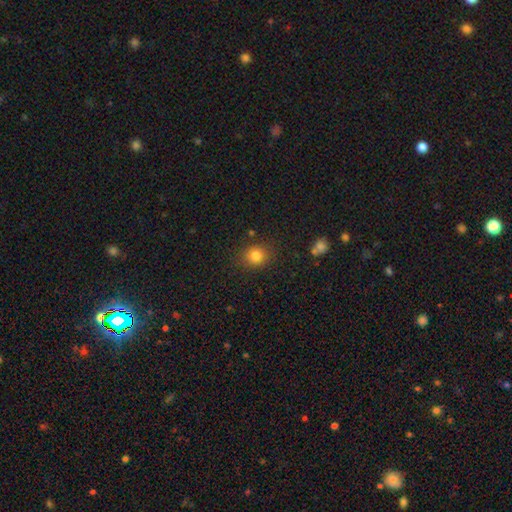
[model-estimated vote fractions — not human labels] Q: Smooth or featured?
A: smooth (82%); runner-up: star or artifact (12%)
Q: How rounded?
A: round (68%); runner-up: in between (31%)
Q: Merging?
A: none (82%); runner-up: minor disturbance (12%)